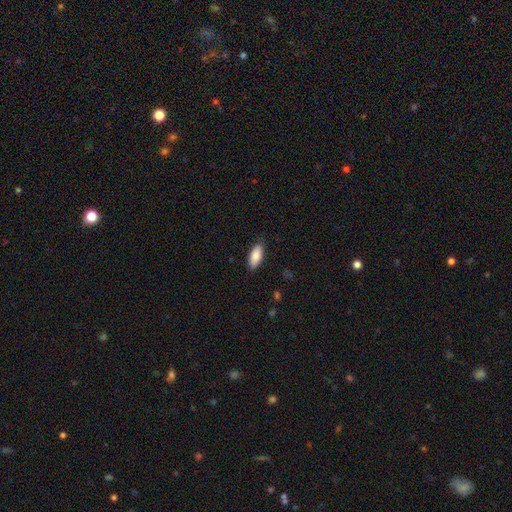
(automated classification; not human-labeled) Overall: smooth (86%). How rounded: in between (85%). Merging: none (85%).